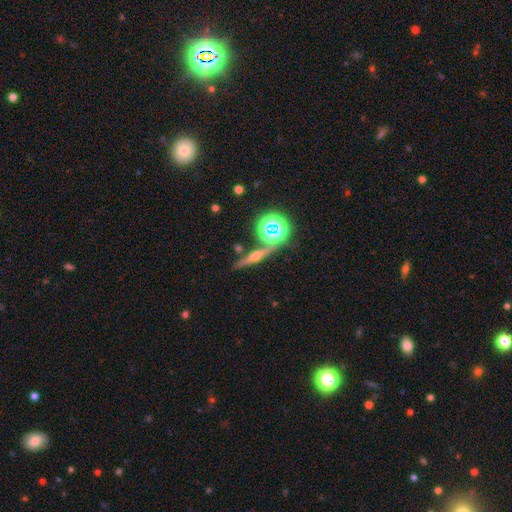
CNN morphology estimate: This is likely a featured or disk galaxy (61%). It is clearly viewed edge-on (92%). Edge-on bulge: clearly rounded (92%). Merging: clearly none (80%).